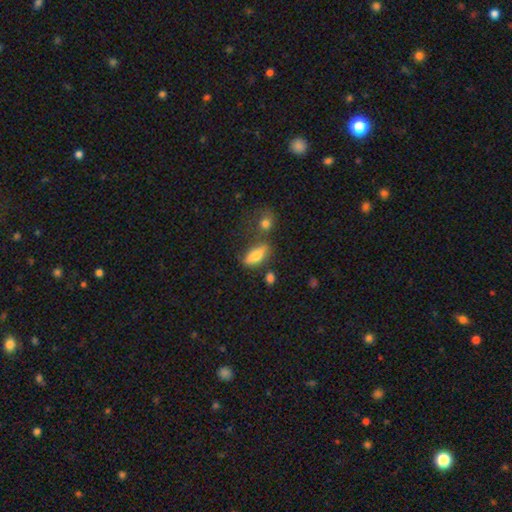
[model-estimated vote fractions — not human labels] Smooth or featured? Predicted: smooth (p=0.69). How rounded? Predicted: in between (p=0.72). Merging? Predicted: none (p=0.60).